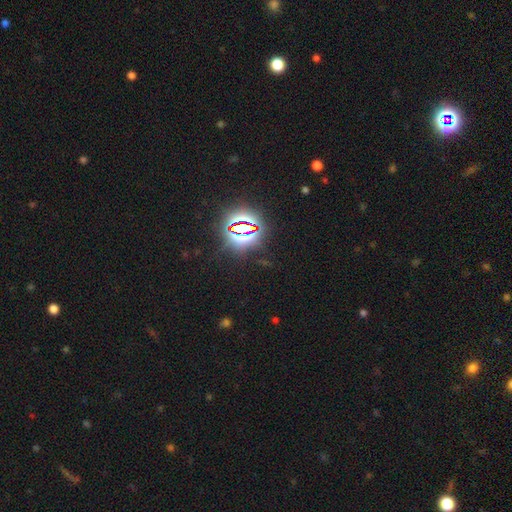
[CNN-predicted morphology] Smooth or featured?
  - star or artifact: 85% *
  - smooth: 9%
  - featured or disk: 6%